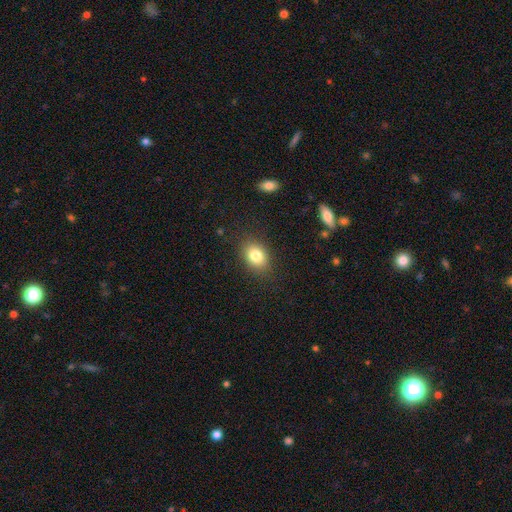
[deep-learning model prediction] Smooth or featured?
  - smooth: 81% *
  - star or artifact: 10%
  - featured or disk: 9%
How rounded?
  - in between: 65% *
  - round: 34%
  - cigar-shaped: 1%
Merging?
  - none: 84% *
  - minor disturbance: 11%
  - major disturbance: 3%
  - merger: 1%